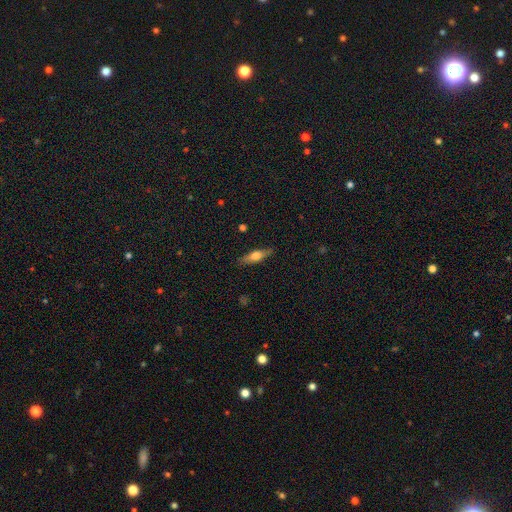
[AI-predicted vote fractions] smooth_or_featured: smooth (p=0.49) [alt: featured or disk p=0.45]
merging: none (p=0.85) [alt: minor disturbance p=0.11]